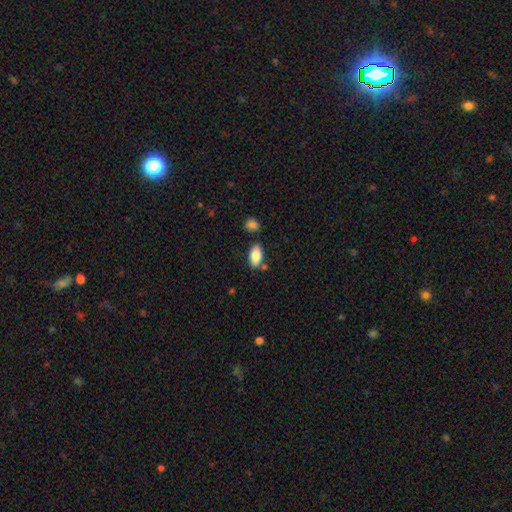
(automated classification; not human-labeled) Smooth or featured? smooth (86%)
How rounded? in between (93%)
Merging? none (79%)